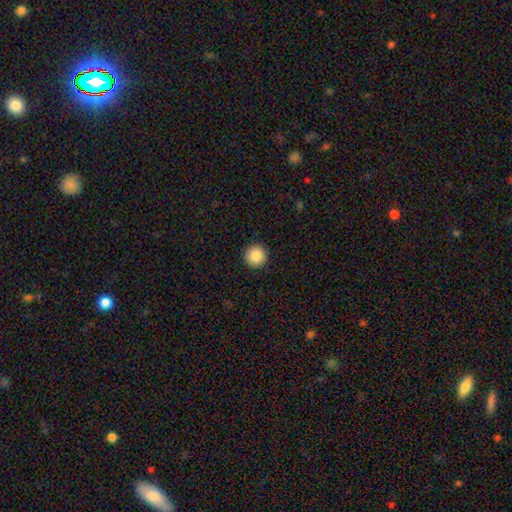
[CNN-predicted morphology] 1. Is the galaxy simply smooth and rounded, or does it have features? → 87% smooth, 9% star or artifact, 5% featured or disk.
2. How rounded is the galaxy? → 96% round, 3% in between, 1% cigar-shaped.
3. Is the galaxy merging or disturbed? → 94% none, 4% minor disturbance, 1% major disturbance, 1% merger.